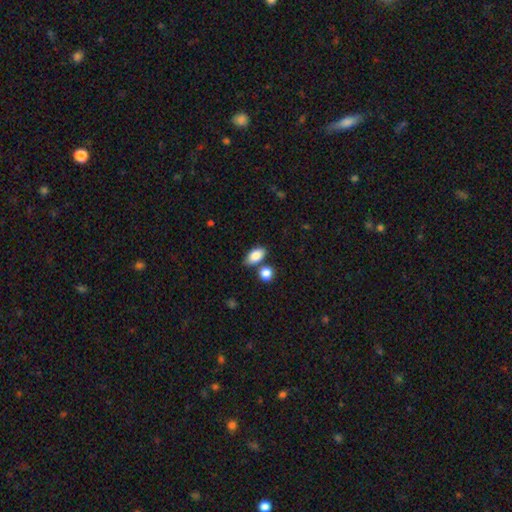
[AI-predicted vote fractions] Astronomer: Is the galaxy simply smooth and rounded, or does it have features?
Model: smooth — 86%.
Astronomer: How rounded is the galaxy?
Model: in between — 90%.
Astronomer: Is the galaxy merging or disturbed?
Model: none — 67%.